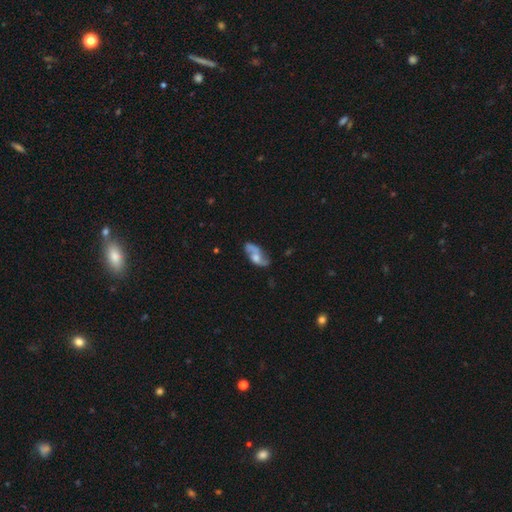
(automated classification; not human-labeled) Smooth or featured?
  - featured or disk: 67% *
  - smooth: 26%
  - star or artifact: 7%
Edge-on disk?
  - no: 91% *
  - yes: 9%
Bar?
  - no: 66% *
  - weak: 28%
  - strong: 6%
Spiral arms?
  - yes: 85% *
  - no: 15%
Spiral winding?
  - loose: 63% *
  - medium: 29%
  - tight: 9%
Spiral arm count?
  - 2: 85% *
  - can't tell: 7%
  - 1: 4%
  - 3: 1%
  - 4: 1%
  - more than 4: 1%
Bulge size?
  - moderate: 52% *
  - small: 23%
  - large: 15%
  - none: 9%
  - dominant: 2%
Merging?
  - none: 61% *
  - minor disturbance: 23%
  - major disturbance: 11%
  - merger: 5%